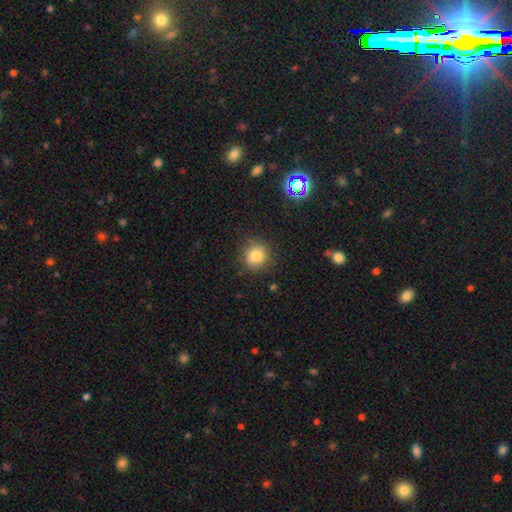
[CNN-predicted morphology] A smooth galaxy with no disk features (81%) that is round (90%). Merging: none (86%).